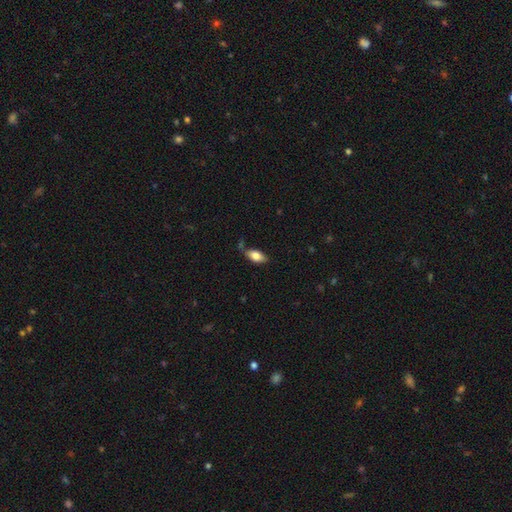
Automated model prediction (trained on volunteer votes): smooth_or_featured: smooth (p=0.79) [alt: featured or disk p=0.14]
how_rounded: in between (p=0.90) [alt: cigar-shaped p=0.07]
merging: none (p=0.69) [alt: minor disturbance p=0.20]